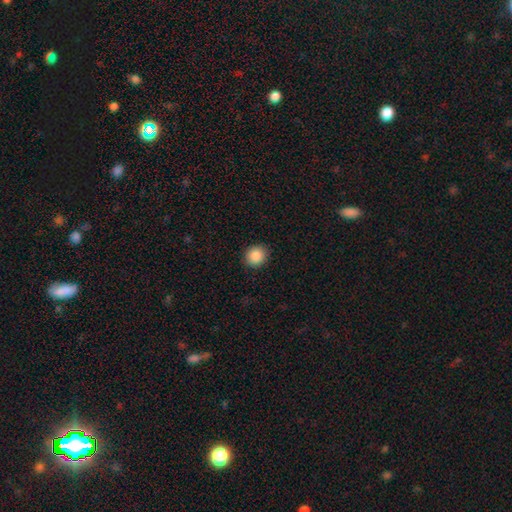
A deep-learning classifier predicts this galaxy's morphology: Smooth or featured: smooth — 88% (star or artifact — 9%)
How rounded: round — 80% (in between — 19%)
Merging: none — 91% (minor disturbance — 7%)